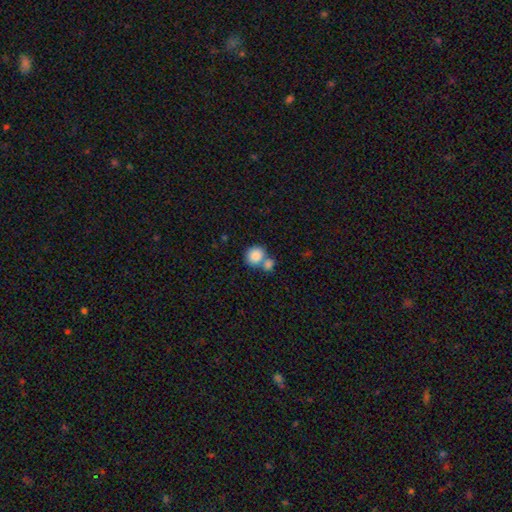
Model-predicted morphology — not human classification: Smooth or featured?
  - smooth: 85% *
  - star or artifact: 8%
  - featured or disk: 7%
How rounded?
  - round: 81% *
  - in between: 18%
  - cigar-shaped: 1%
Merging?
  - none: 45% *
  - merger: 44%
  - minor disturbance: 8%
  - major disturbance: 3%